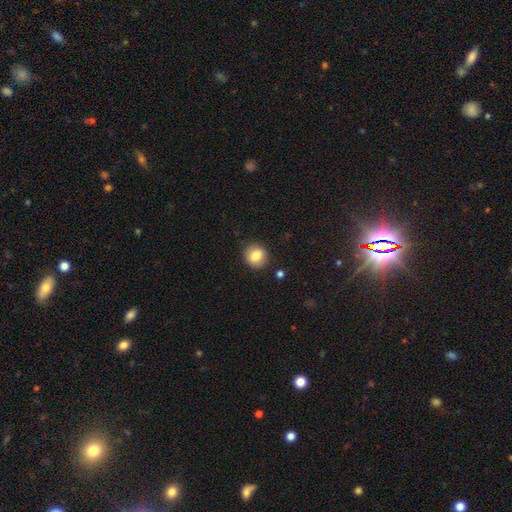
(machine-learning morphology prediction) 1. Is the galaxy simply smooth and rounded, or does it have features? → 83% smooth, 9% star or artifact, 8% featured or disk.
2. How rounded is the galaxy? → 81% round, 18% in between, 1% cigar-shaped.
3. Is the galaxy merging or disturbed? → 87% none, 9% minor disturbance, 2% major disturbance, 2% merger.